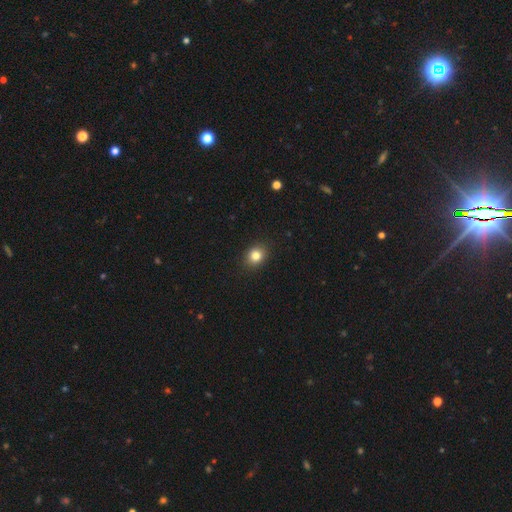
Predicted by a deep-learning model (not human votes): smooth_or_featured: smooth (p=0.82) [alt: star or artifact p=0.11]
how_rounded: round (p=0.58) [alt: in between p=0.41]
merging: none (p=0.89) [alt: minor disturbance p=0.08]